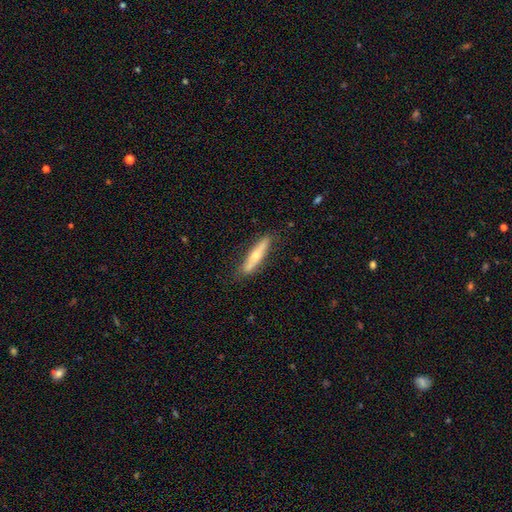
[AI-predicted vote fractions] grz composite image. It shows a smooth galaxy with no disk features (48%). Merging: none (83%).